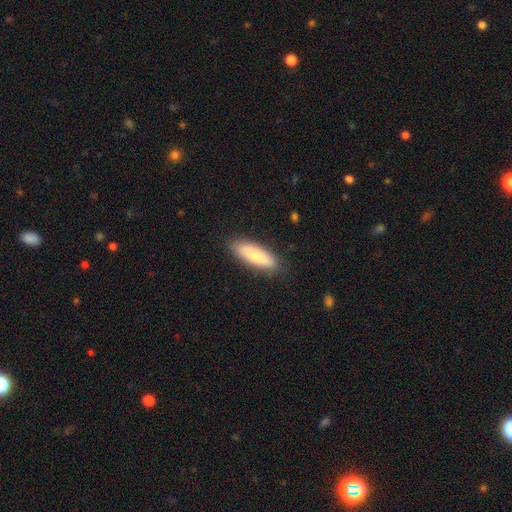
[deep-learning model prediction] Smooth or featured: smooth — 76% (featured or disk — 18%)
How rounded: cigar-shaped — 58% (in between — 41%)
Merging: none — 86% (minor disturbance — 11%)